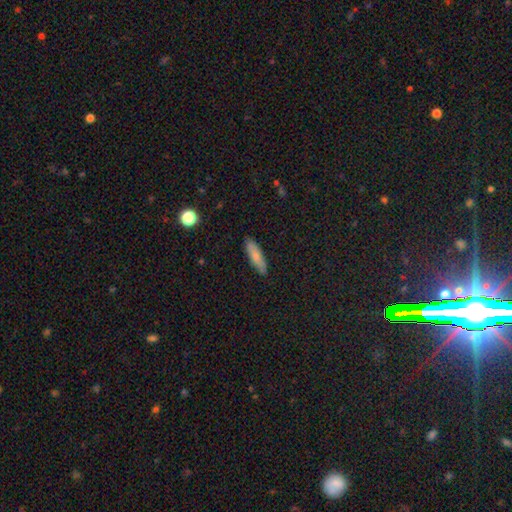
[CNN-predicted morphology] smooth 76%, featured or disk 18%, star or artifact 6%. Down the decision tree: how rounded — cigar-shaped (57%); merging — none (86%).